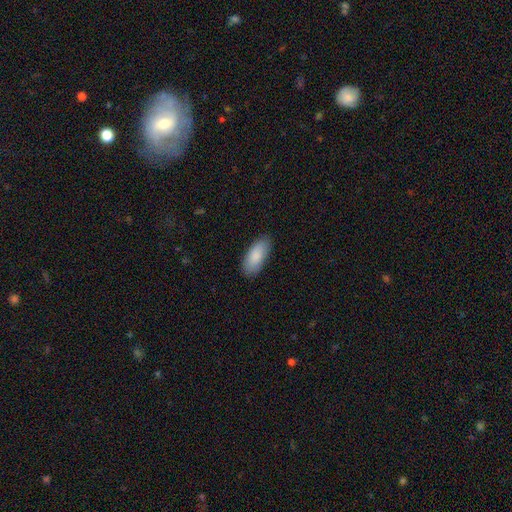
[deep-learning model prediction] The model was most divided on "merging": none: 85%, minor disturbance: 12%, major disturbance: 2%, merger: 1%. More confident: smooth or featured — smooth (87%); how rounded — in between (86%).